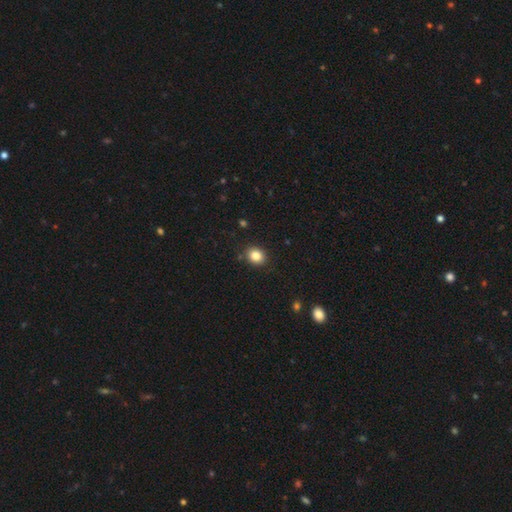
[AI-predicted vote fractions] This appears to be a smooth galaxy with no disk features (84%) that is round (63%). Merging: none (87%).